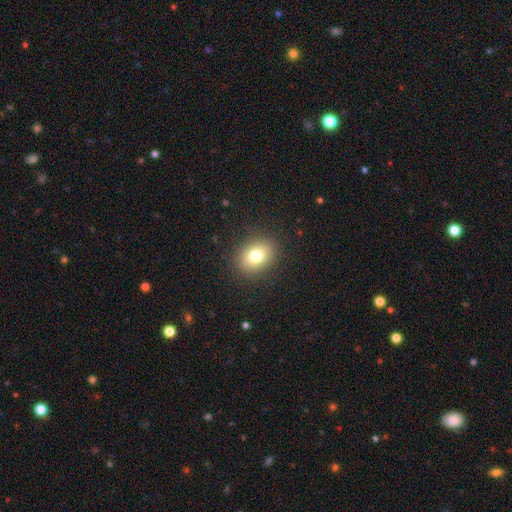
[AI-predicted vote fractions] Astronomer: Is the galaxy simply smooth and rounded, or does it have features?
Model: smooth — 77%.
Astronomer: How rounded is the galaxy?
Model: in between — 59% (runner-up: round, 40%).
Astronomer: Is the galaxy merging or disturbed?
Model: none — 88%.